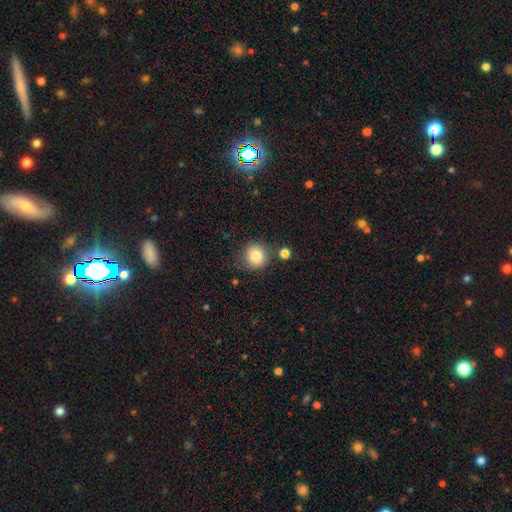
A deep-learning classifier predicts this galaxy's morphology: The model was most divided on "merging": none: 77%, minor disturbance: 12%, merger: 7%, major disturbance: 4%. More confident: how rounded — round (88%); smooth or featured — smooth (81%).